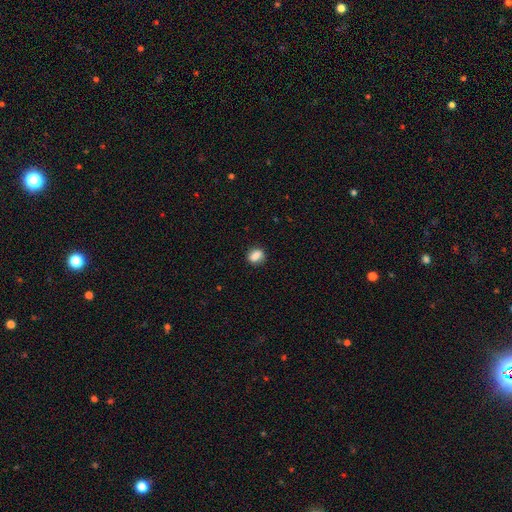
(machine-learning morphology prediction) Smooth or featured?
  - smooth: 83% *
  - star or artifact: 9%
  - featured or disk: 8%
How rounded?
  - in between: 56% *
  - round: 41%
  - cigar-shaped: 2%
Merging?
  - none: 83% *
  - minor disturbance: 13%
  - major disturbance: 3%
  - merger: 2%